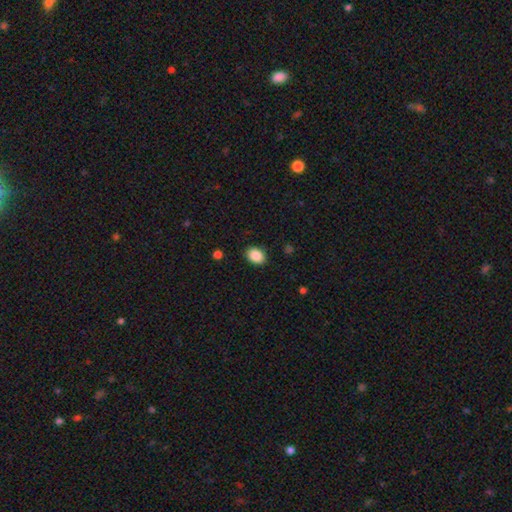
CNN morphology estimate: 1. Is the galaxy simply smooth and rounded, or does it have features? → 88% smooth, 8% star or artifact, 4% featured or disk.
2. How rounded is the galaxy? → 67% in between, 32% round, 1% cigar-shaped.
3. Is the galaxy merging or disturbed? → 89% none, 8% minor disturbance, 2% major disturbance, 1% merger.